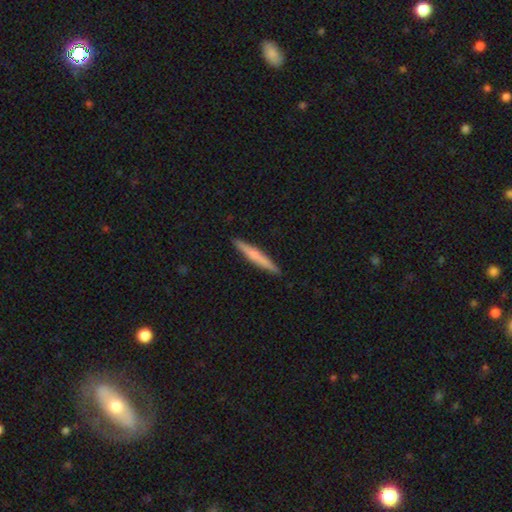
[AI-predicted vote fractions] Q: Smooth or featured?
A: smooth (58%); runner-up: featured or disk (37%)
Q: How rounded?
A: cigar-shaped (96%); runner-up: in between (3%)
Q: Merging?
A: none (92%); runner-up: minor disturbance (6%)